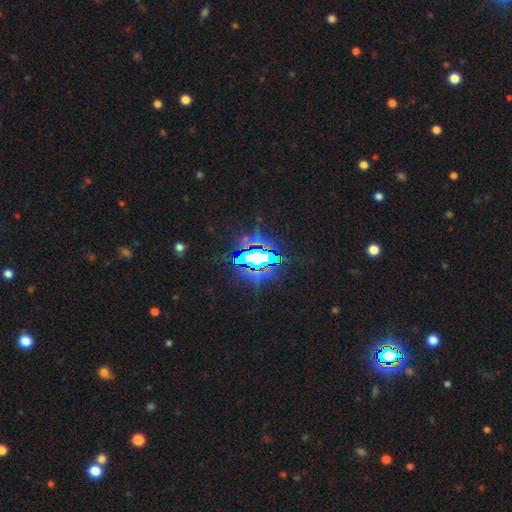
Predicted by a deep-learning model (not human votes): This is likely a star or artifact rather than a galaxy (75%).